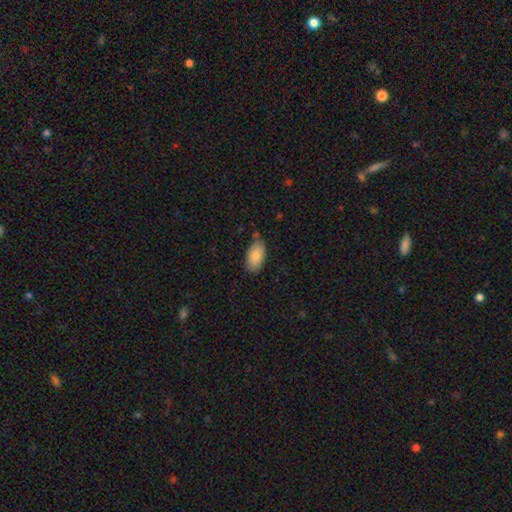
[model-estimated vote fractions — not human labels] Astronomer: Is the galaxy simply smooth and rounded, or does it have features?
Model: smooth — 84%.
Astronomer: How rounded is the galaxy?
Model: in between — 95%.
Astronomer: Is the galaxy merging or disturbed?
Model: none — 77%.